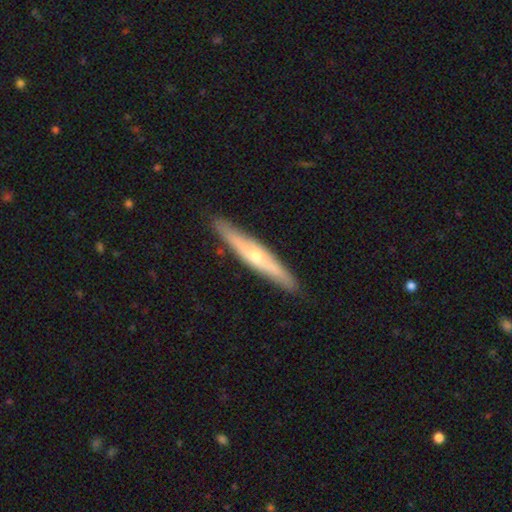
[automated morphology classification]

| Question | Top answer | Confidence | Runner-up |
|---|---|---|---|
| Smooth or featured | featured or disk | 61% | smooth (34%) |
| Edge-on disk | yes | 87% | no (13%) |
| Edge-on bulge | rounded | 81% | none (16%) |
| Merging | none | 89% | minor disturbance (9%) |